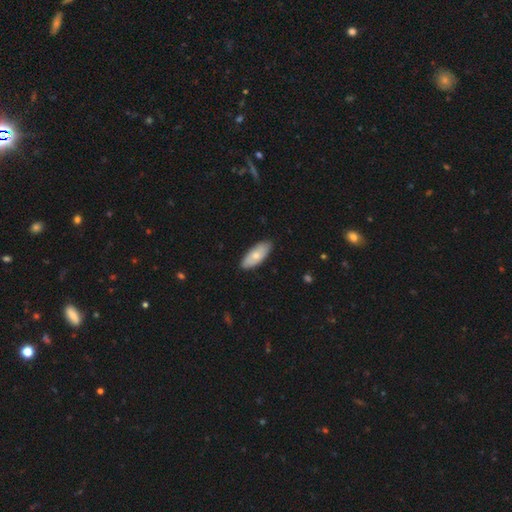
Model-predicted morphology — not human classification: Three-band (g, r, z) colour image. It shows a smooth galaxy with no disk features (71%) that is in between round and cigar-shaped (83%). Merging: none (86%).